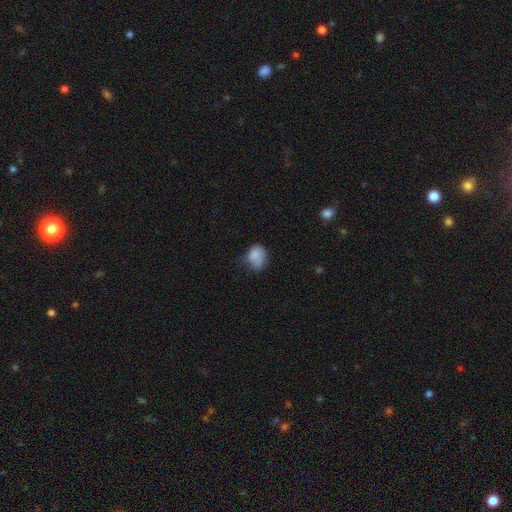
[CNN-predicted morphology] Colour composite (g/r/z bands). It shows a smooth galaxy with no disk features (80%) that is in between round and cigar-shaped (62%). Merging: none (42%).